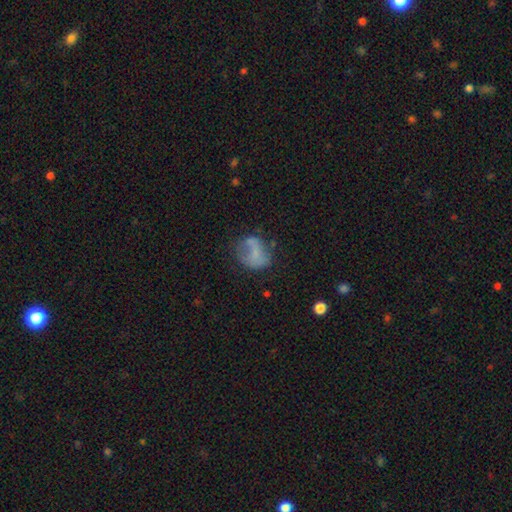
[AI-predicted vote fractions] This is possibly a smooth galaxy (57%). How rounded: possibly round (56%). Merging: marginally none (39%).